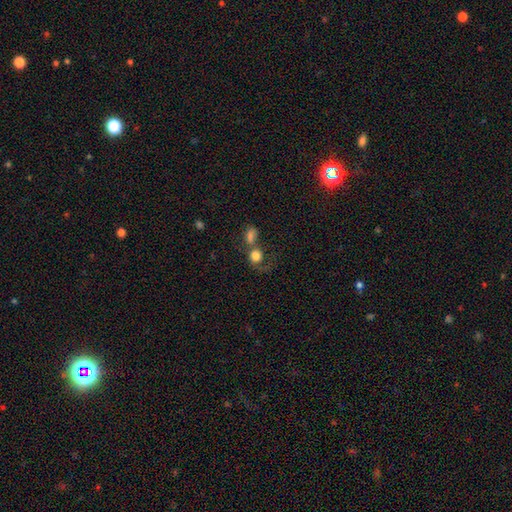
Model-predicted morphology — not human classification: Smooth or featured?
  - smooth: 74% *
  - featured or disk: 16%
  - star or artifact: 10%
How rounded?
  - round: 72% *
  - in between: 27%
  - cigar-shaped: 1%
Merging?
  - merger: 50% *
  - none: 23%
  - major disturbance: 18%
  - minor disturbance: 10%